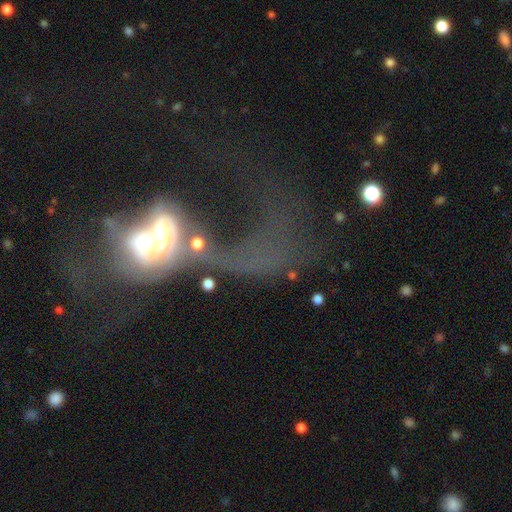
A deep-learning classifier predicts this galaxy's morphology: smooth_or_featured: featured or disk (p=0.51) [alt: smooth p=0.30]
disk_edge_on: no (p=0.95) [alt: yes p=0.05]
merging: merger (p=0.46) [alt: major disturbance p=0.38]